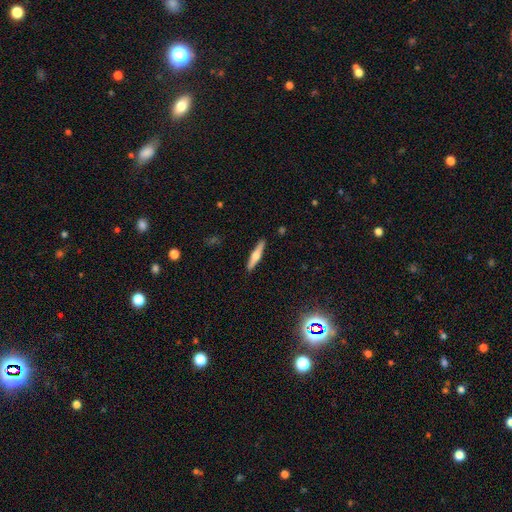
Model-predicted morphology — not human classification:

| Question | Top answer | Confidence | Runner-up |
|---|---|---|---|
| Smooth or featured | featured or disk | 54% | smooth (40%) |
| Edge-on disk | yes | 96% | no (4%) |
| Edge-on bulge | rounded | 90% | boxy (5%) |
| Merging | none | 91% | minor disturbance (6%) |